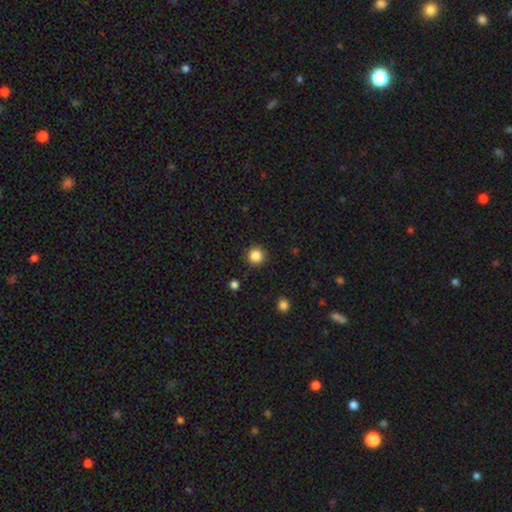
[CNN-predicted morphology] Smooth or featured: smooth — 86% (star or artifact — 11%)
How rounded: round — 95% (in between — 4%)
Merging: none — 92% (minor disturbance — 5%)